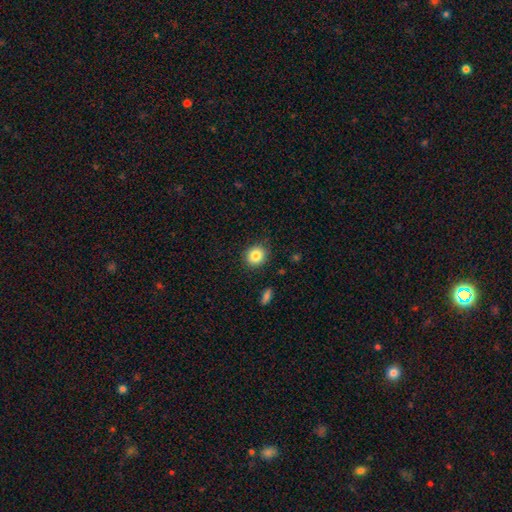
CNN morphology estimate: Smooth or featured? Predicted: smooth (p=0.85). How rounded? Predicted: round (p=0.80). Merging? Predicted: none (p=0.88).